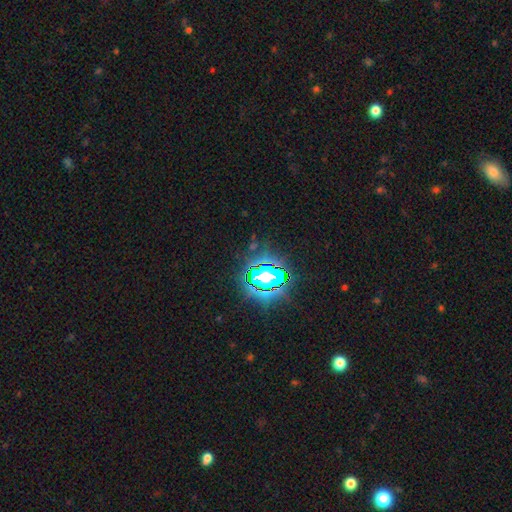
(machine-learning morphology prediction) A star or artifact, not a galaxy (84%).

Vote fractions:
- Smooth or featured? star or artifact: 84% / smooth: 9% / featured or disk: 6%